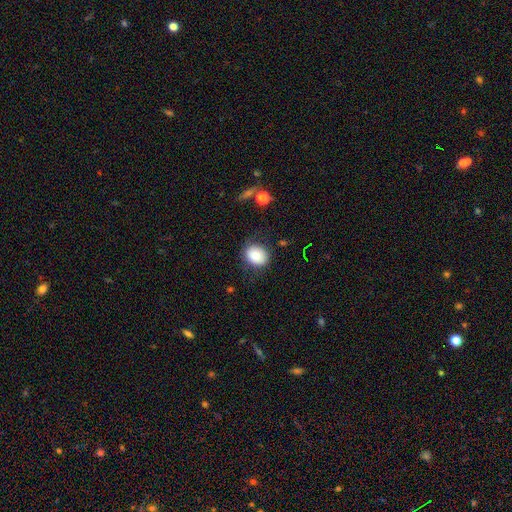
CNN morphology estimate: Smooth or featured? smooth (82%)
How rounded? round (57%)
Merging? none (78%)